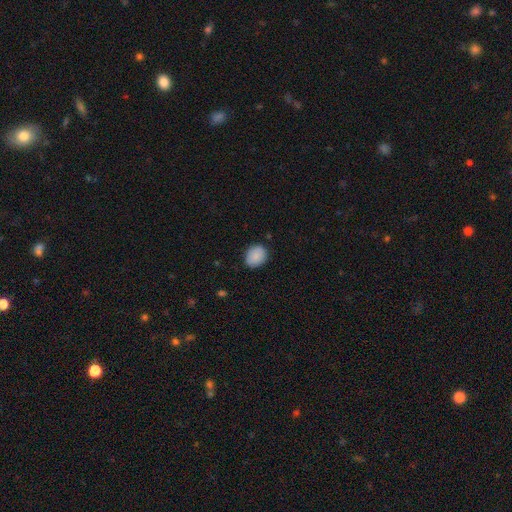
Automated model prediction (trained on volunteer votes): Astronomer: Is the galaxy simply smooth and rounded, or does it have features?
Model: smooth — 88%.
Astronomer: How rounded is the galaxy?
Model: round — 53% (runner-up: in between, 47%).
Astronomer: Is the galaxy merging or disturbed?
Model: none — 83%.